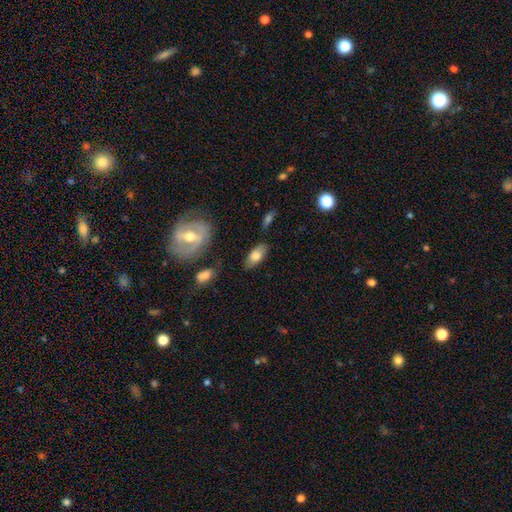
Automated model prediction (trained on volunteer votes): This appears to be a smooth galaxy with no disk features (73%) that is in between round and cigar-shaped (89%). Merging: none (79%).